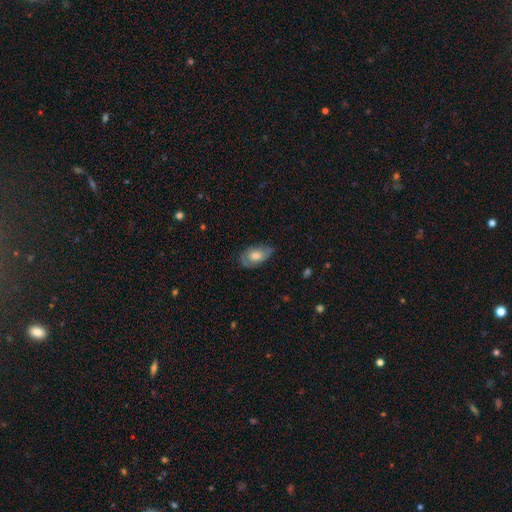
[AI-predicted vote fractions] This is possibly a smooth galaxy (52%). How rounded: clearly in between (90%). Merging: likely none (62%).